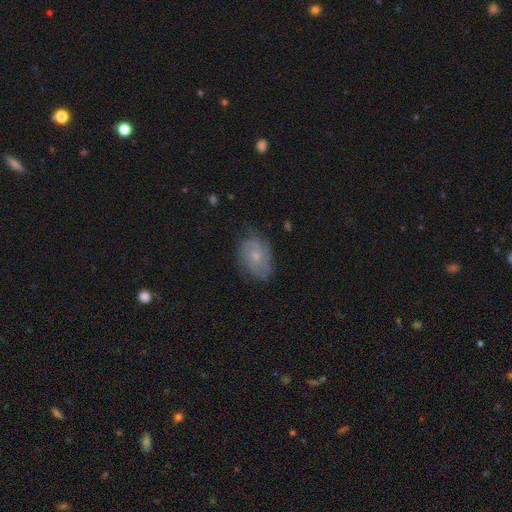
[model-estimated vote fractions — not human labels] A featured or disk galaxy (62%) with no bar (77%), tight (50%) spiral arms (84%) and a small central bulge (63%).

Vote fractions:
- Smooth or featured? featured or disk: 62% / smooth: 30% / star or artifact: 8%
- Edge-on disk? no: 97% / yes: 3%
- Bar? no: 77% / weak: 20% / strong: 3%
- Spiral arms? yes: 84% / no: 16%
- Spiral winding? tight: 50% / medium: 36% / loose: 14%
- Spiral arm count? can't tell: 38% / 2: 34% / 3: 13% / 4: 5% / 1: 5% / more than 4: 4%
- Bulge size? small: 63% / moderate: 31% / none: 3% / large: 1% / dominant: 1%
- Merging? none: 69% / minor disturbance: 23% / major disturbance: 7% / merger: 1%